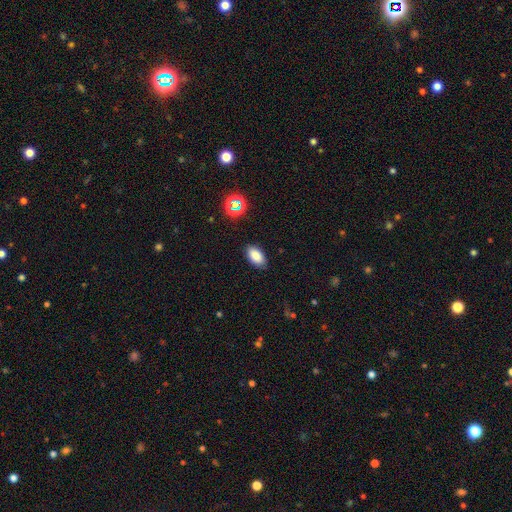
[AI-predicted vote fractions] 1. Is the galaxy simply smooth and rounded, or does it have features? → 86% smooth, 10% star or artifact, 5% featured or disk.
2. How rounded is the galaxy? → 93% in between, 4% round, 2% cigar-shaped.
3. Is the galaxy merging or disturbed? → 86% none, 10% minor disturbance, 2% major disturbance, 1% merger.